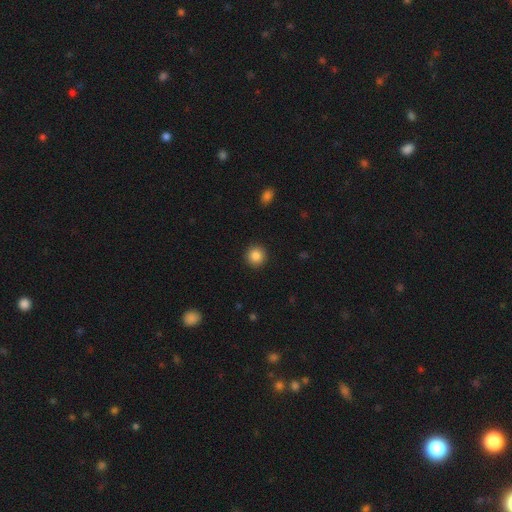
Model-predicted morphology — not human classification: This appears to be a smooth galaxy with no disk features (86%) that is round (94%). Merging: none (92%).